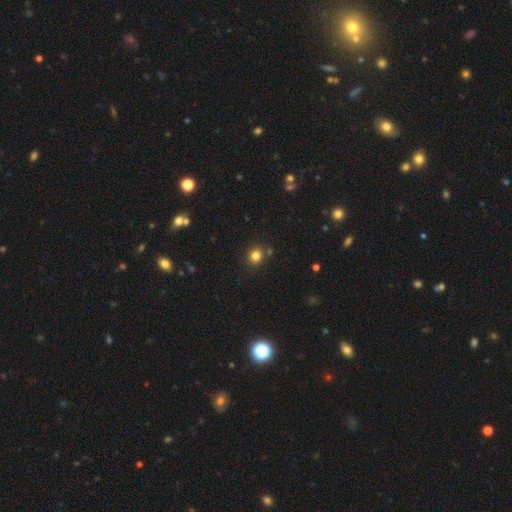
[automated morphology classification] Smooth or featured? smooth (81%)
How rounded? round (85%)
Merging? none (83%)